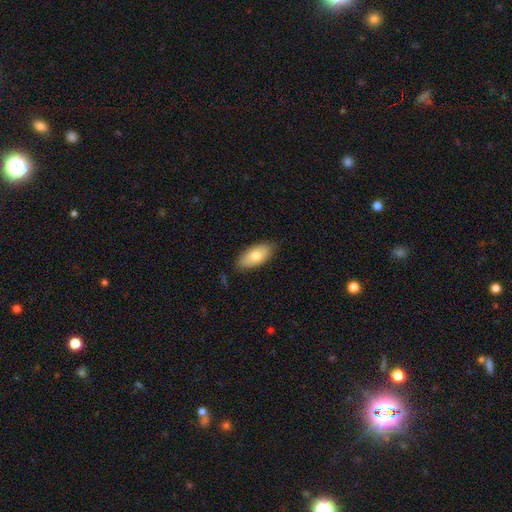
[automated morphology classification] This is likely a smooth galaxy (75%). How rounded: clearly in between (91%). Merging: clearly none (81%).